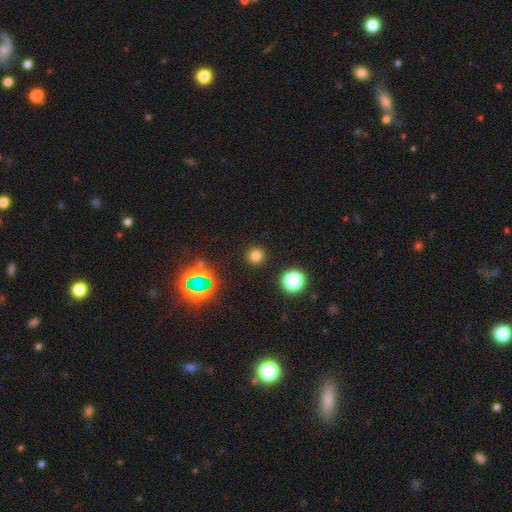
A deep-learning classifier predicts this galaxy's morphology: smooth-or-featured: smooth: 73% | star or artifact: 21% | featured or disk: 6%
  how-rounded: round: 95% | in between: 4% | cigar-shaped: 1%
  merging: none: 91% | minor disturbance: 5% | major disturbance: 2% | merger: 2%